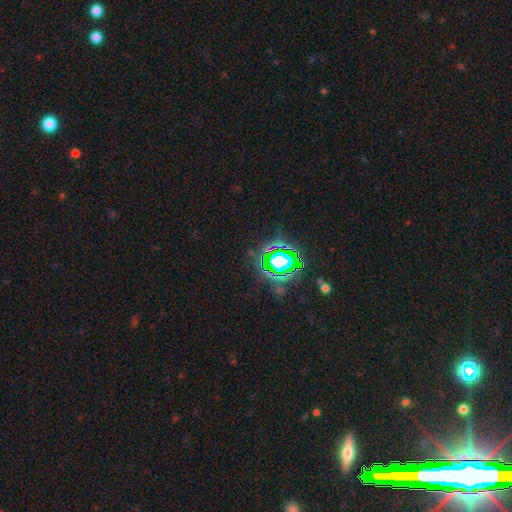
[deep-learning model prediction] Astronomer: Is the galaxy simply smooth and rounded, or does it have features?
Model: star or artifact — 82%.